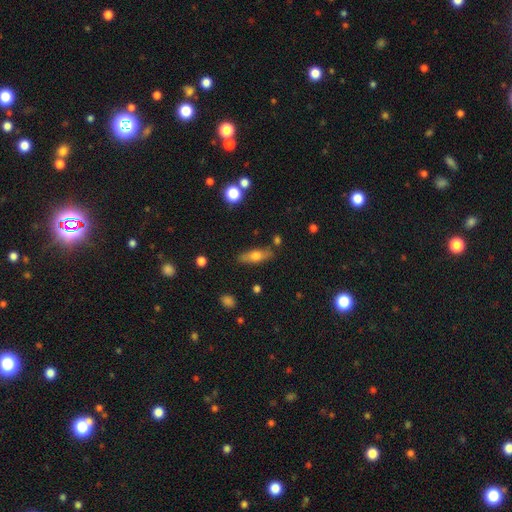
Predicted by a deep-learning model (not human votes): Smooth or featured? Predicted: smooth (p=0.60). How rounded? Predicted: in between (p=0.55). Merging? Predicted: none (p=0.82).